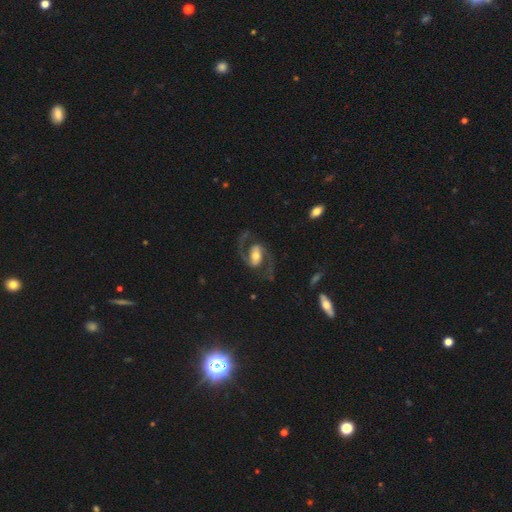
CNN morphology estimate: Smooth or featured? featured or disk (88%)
Edge-on disk? no (97%)
Bar? weak (39%)
Spiral arms? yes (96%)
Spiral winding? medium (54%)
Spiral arm count? 2 (94%)
Bulge size? moderate (62%)
Merging? none (76%)